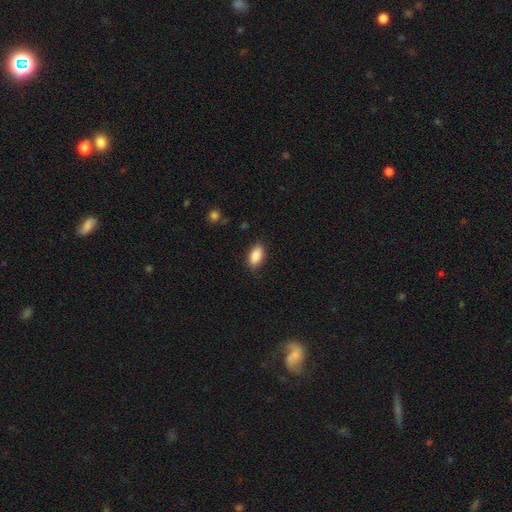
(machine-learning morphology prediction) type=smooth (88%); roundness=in between (92%); merging=none (84%).